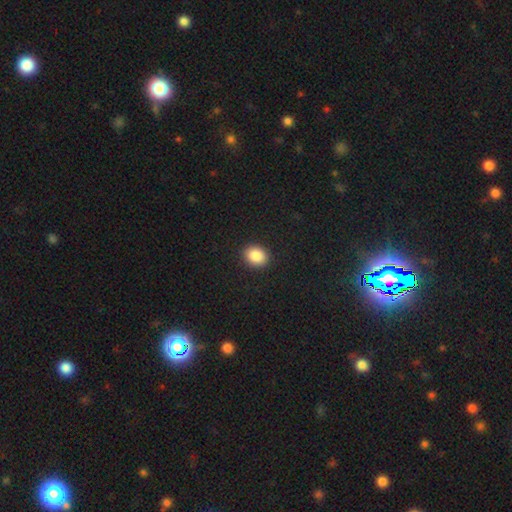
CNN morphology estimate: Smooth or featured? smooth (87%)
How rounded? round (50%)
Merging? none (91%)